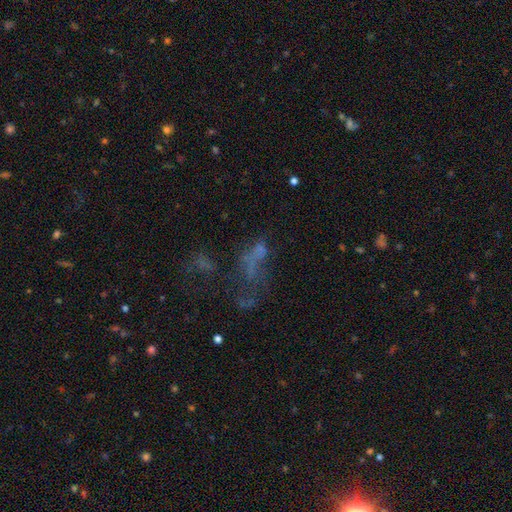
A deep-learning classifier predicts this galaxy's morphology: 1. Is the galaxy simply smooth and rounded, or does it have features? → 36% featured or disk, 34% smooth, 30% star or artifact.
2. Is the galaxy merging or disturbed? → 37% major disturbance, 28% none, 23% merger, 12% minor disturbance.